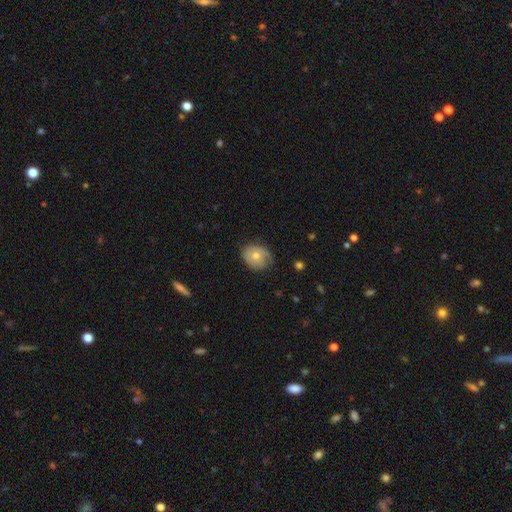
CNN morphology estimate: Overall: smooth (51%; featured or disk 41%). How rounded: round (58%; in between 41%). Merging: none (66%).